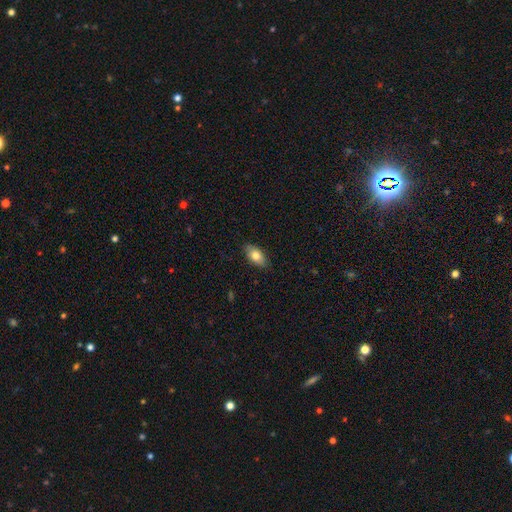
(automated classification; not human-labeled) Smooth or featured? smooth (78%)
How rounded? in between (91%)
Merging? none (86%)